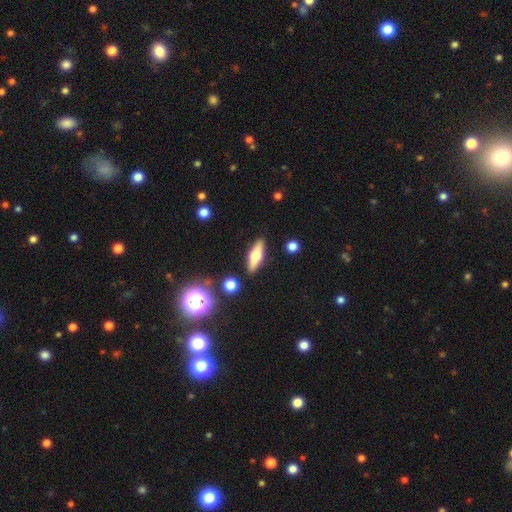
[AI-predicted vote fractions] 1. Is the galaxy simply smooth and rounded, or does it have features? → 49% smooth, 44% featured or disk, 8% star or artifact.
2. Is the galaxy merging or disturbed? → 86% none, 9% minor disturbance, 3% merger, 2% major disturbance.